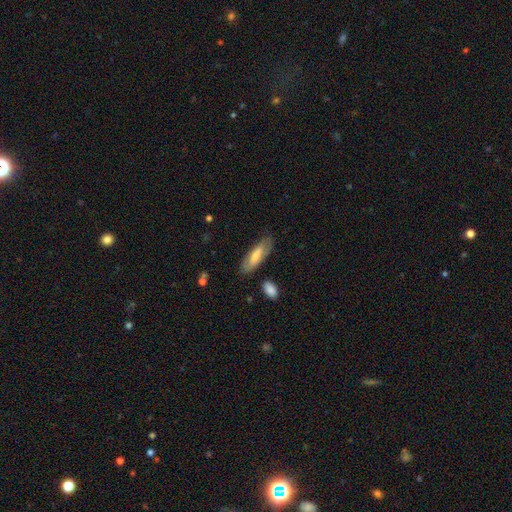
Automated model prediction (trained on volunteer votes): Morphology: type=smooth (55%); roundness=in between (54%); merging=none (77%).